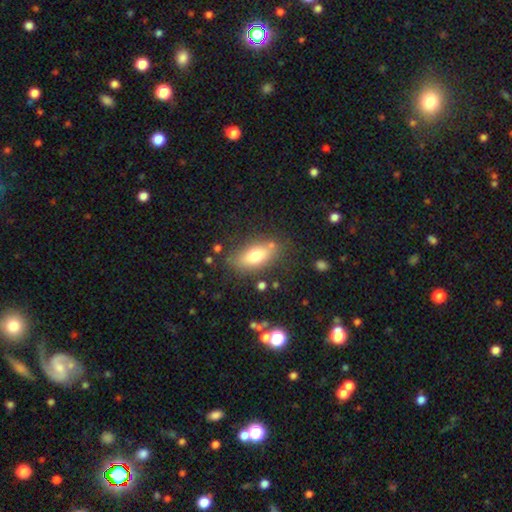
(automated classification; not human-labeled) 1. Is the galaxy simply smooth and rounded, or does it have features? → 72% smooth, 20% featured or disk, 8% star or artifact.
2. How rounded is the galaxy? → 82% in between, 12% cigar-shaped, 6% round.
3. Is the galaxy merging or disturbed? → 74% none, 16% minor disturbance, 5% major disturbance, 5% merger.